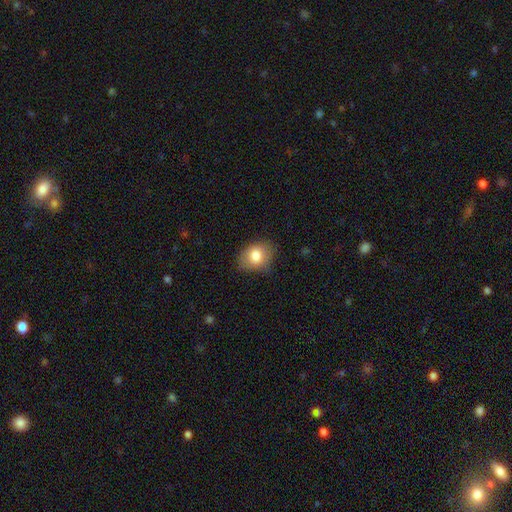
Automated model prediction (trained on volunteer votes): The model was most divided on "how rounded": in between: 61%, round: 38%, cigar-shaped: 1%. More confident: smooth or featured — smooth (80%); merging — none (76%).